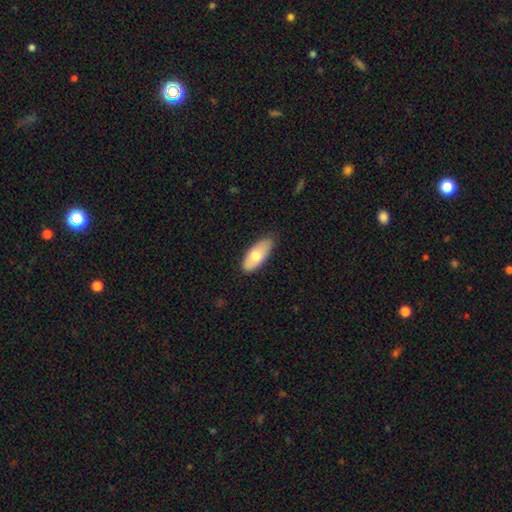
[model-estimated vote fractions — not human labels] smooth-or-featured: smooth: 71% | featured or disk: 23% | star or artifact: 6%
  how-rounded: in between: 86% | cigar-shaped: 11% | round: 2%
  merging: none: 78% | minor disturbance: 18% | major disturbance: 3% | merger: 1%